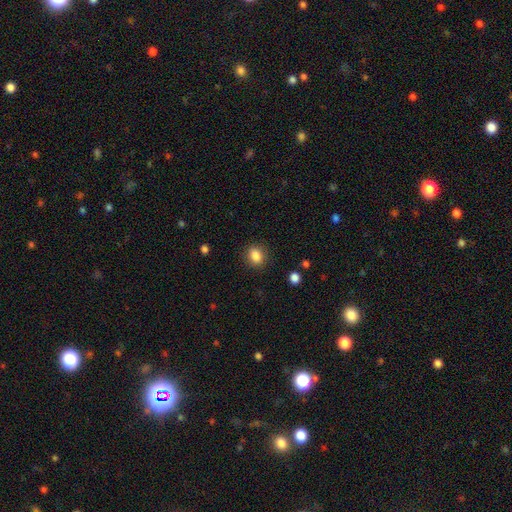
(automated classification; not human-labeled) Smooth or featured? smooth (86%)
How rounded? round (56%)
Merging? none (87%)